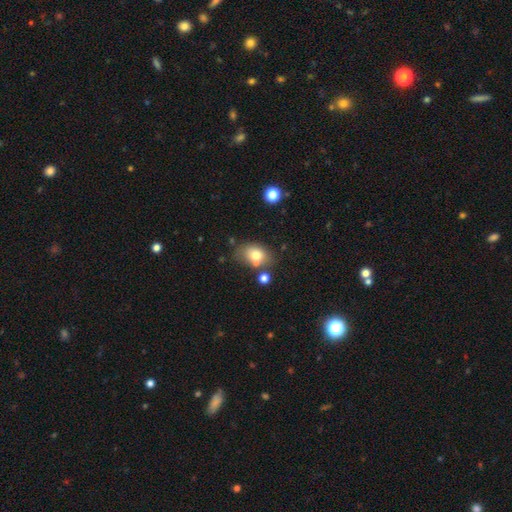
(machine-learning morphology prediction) smooth-or-featured: smooth: 75% | featured or disk: 15% | star or artifact: 10%
  how-rounded: in between: 74% | round: 25% | cigar-shaped: 1%
  merging: none: 63% | minor disturbance: 17% | merger: 14% | major disturbance: 5%